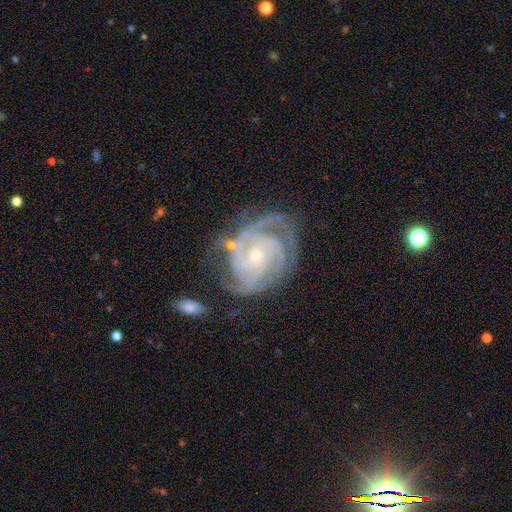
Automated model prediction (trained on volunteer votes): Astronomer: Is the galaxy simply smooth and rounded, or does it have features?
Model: featured or disk — 90%.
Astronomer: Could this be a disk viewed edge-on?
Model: no — 97%.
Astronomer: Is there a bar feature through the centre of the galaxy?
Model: no — 71%.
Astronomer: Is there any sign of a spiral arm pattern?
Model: yes — 98%.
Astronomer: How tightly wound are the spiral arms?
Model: tight — 77%.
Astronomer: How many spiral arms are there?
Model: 3 — 33% (runner-up: 2, 20%).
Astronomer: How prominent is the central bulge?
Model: small — 67%.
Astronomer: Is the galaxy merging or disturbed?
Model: none — 65%.